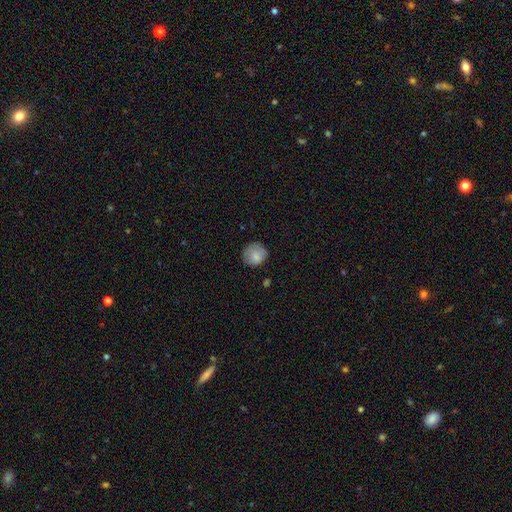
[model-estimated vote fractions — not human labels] Smooth or featured: smooth — 83% (featured or disk — 10%)
How rounded: round — 88% (in between — 11%)
Merging: none — 78% (minor disturbance — 17%)